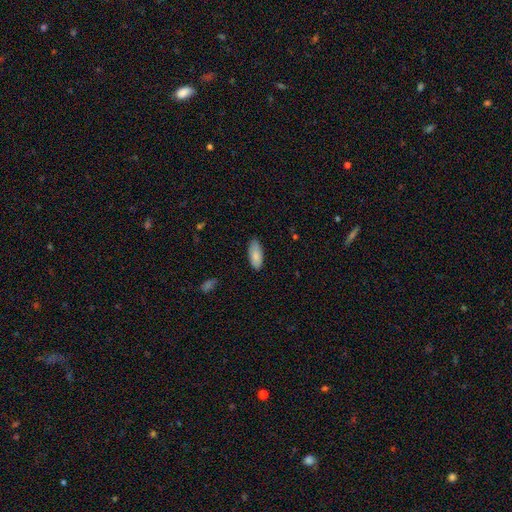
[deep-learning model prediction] smooth 85%, featured or disk 9%, star or artifact 6%. Down the decision tree: how rounded — in between (87%); merging — none (83%).